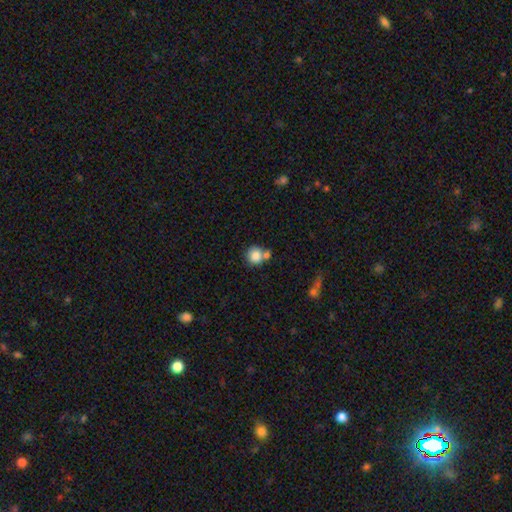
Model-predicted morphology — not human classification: Smooth or featured: smooth — 83% (star or artifact — 9%)
How rounded: round — 90% (in between — 9%)
Merging: none — 55% (merger — 30%)